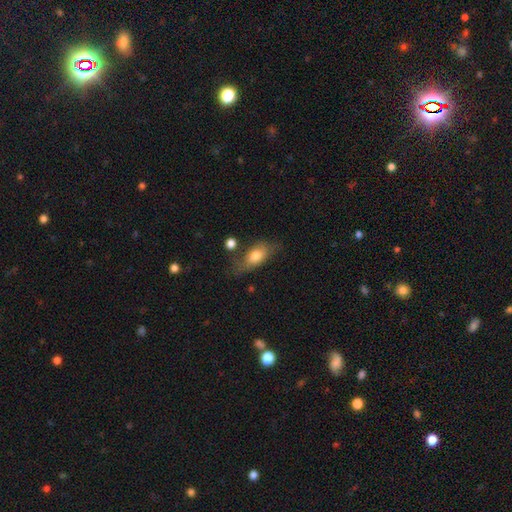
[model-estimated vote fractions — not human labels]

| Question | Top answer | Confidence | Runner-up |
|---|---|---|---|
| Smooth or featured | smooth | 73% | featured or disk (20%) |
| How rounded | in between | 84% | cigar-shaped (9%) |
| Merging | none | 58% | minor disturbance (25%) |